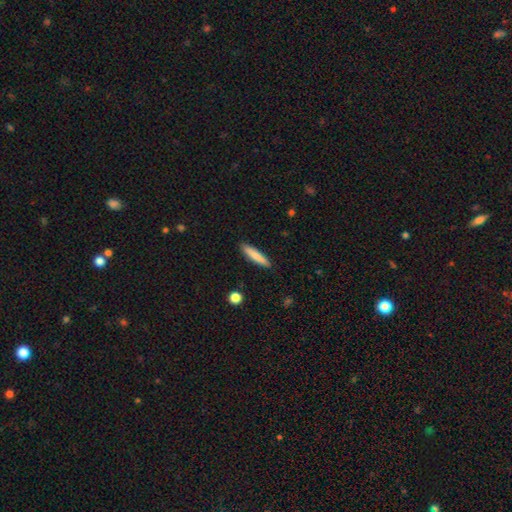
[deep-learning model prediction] This is likely a smooth galaxy (80%). How rounded: clearly cigar-shaped (87%). Merging: clearly none (91%).